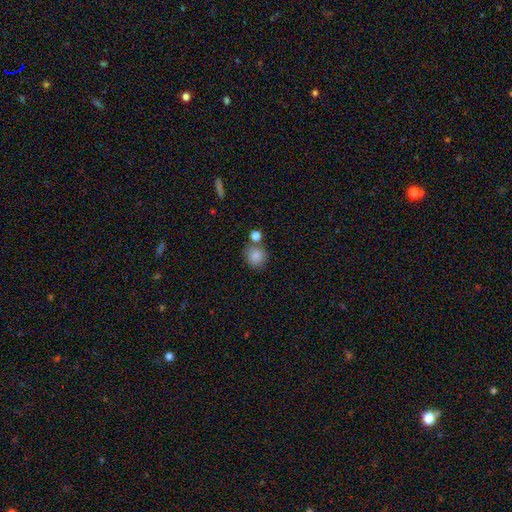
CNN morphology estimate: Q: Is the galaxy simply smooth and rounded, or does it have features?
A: smooth — 85%.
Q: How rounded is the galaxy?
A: round — 86%.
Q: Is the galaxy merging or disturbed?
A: none — 67%.